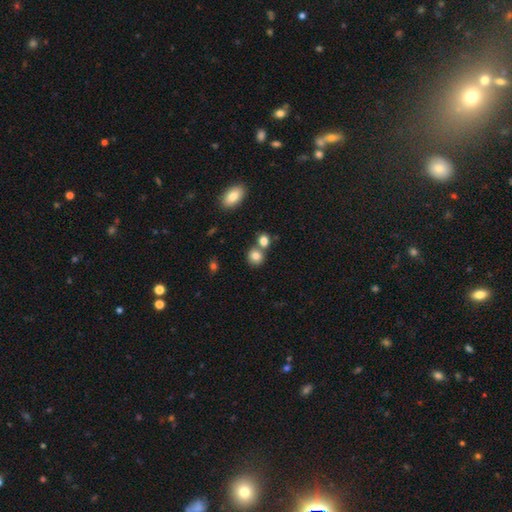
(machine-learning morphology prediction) Q: Smooth or featured?
A: smooth (83%); runner-up: star or artifact (10%)
Q: How rounded?
A: round (77%); runner-up: in between (22%)
Q: Merging?
A: none (58%); runner-up: merger (30%)